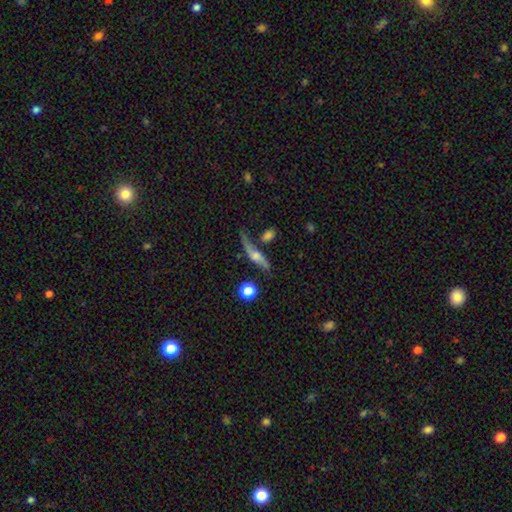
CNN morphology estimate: A featured or disk galaxy (63%) viewed edge-on (64%). Merging: none (49%).